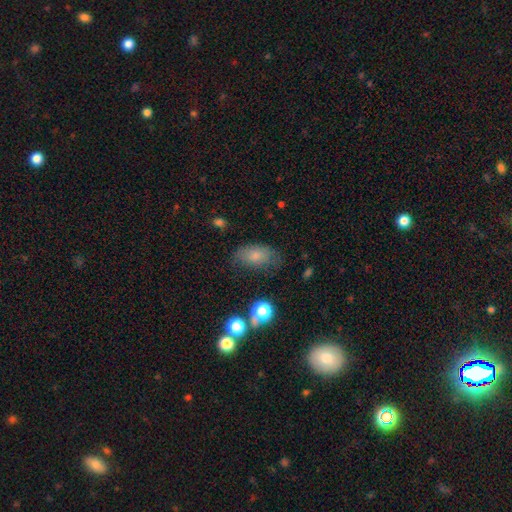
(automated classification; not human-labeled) Morphology: type=smooth (72%); roundness=in between (90%); merging=none (64%).